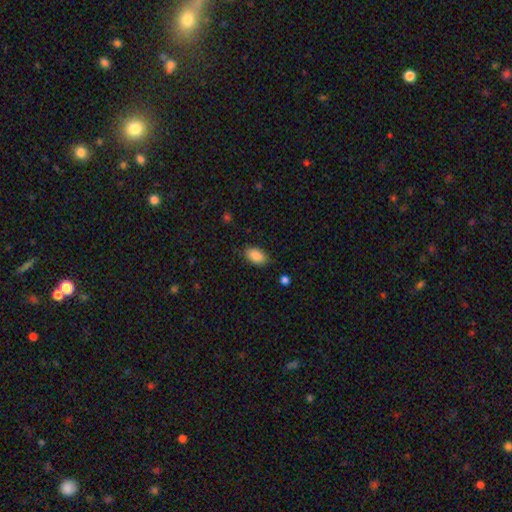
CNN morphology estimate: Smooth or featured: smooth — 88% (star or artifact — 7%)
How rounded: in between — 92% (round — 6%)
Merging: none — 82% (minor disturbance — 14%)